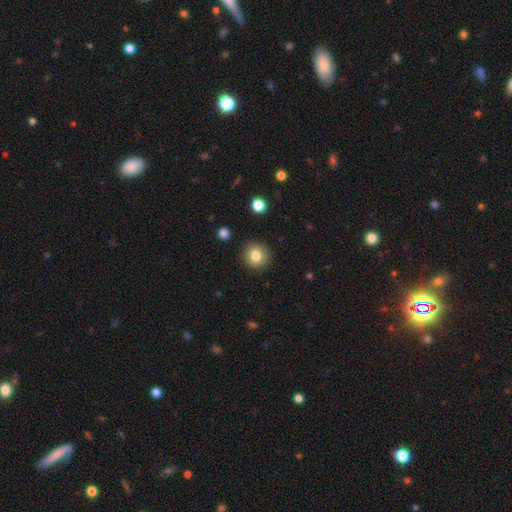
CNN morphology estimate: Smooth or featured? Predicted: smooth (p=0.81). How rounded? Predicted: round (p=0.89). Merging? Predicted: none (p=0.90).